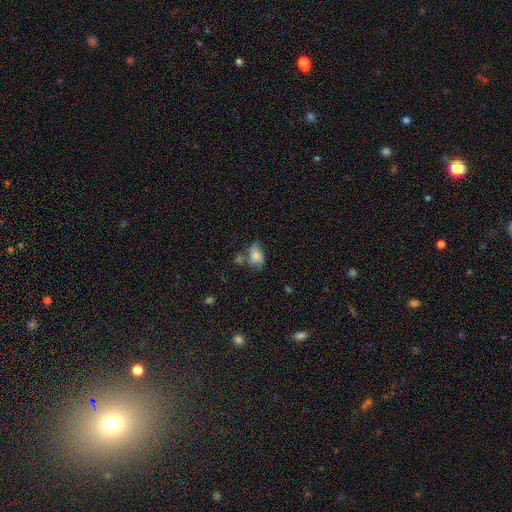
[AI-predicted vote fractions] Smooth or featured: smooth — 67% (featured or disk — 24%)
How rounded: in between — 78% (round — 20%)
Merging: none — 40% (minor disturbance — 29%)